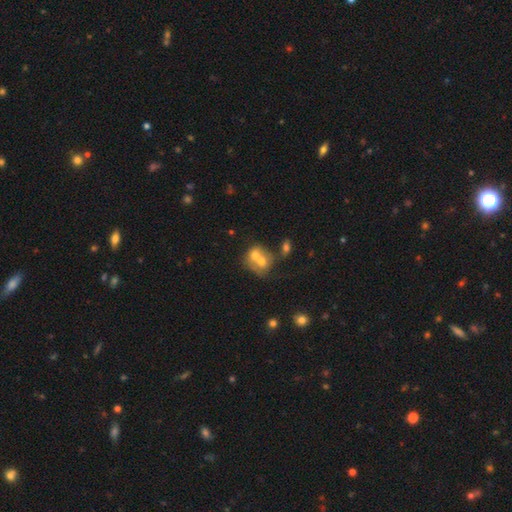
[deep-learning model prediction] Q: Smooth or featured?
A: smooth (62%); runner-up: featured or disk (28%)
Q: How rounded?
A: round (58%); runner-up: in between (40%)
Q: Merging?
A: merger (71%); runner-up: none (18%)